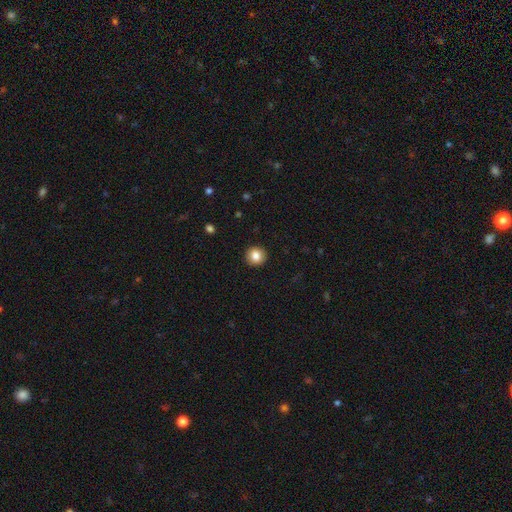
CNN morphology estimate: Smooth or featured?
  - smooth: 85% *
  - star or artifact: 9%
  - featured or disk: 6%
How rounded?
  - round: 94% *
  - in between: 5%
  - cigar-shaped: 1%
Merging?
  - none: 93% *
  - minor disturbance: 4%
  - major disturbance: 1%
  - merger: 1%